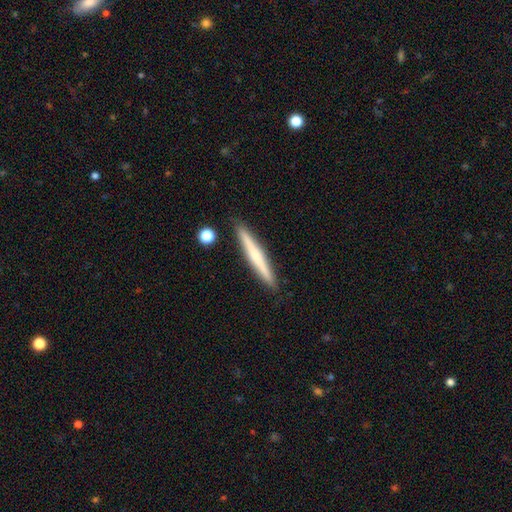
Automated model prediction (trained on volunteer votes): smooth-or-featured: smooth: 50% | featured or disk: 44% | star or artifact: 6%
  merging: none: 90% | minor disturbance: 7% | merger: 2% | major disturbance: 1%